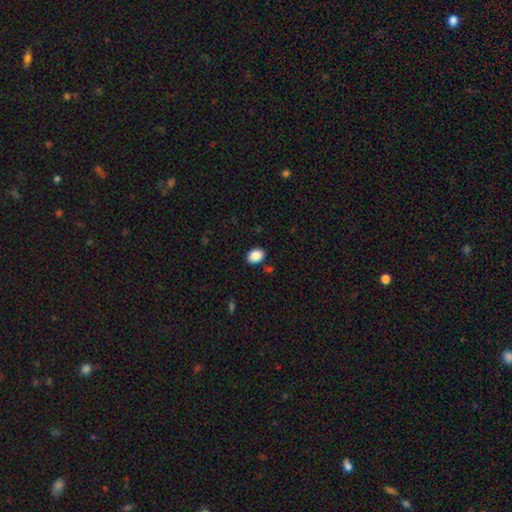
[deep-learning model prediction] Smooth or featured? smooth (89%)
How rounded? in between (73%)
Merging? none (85%)